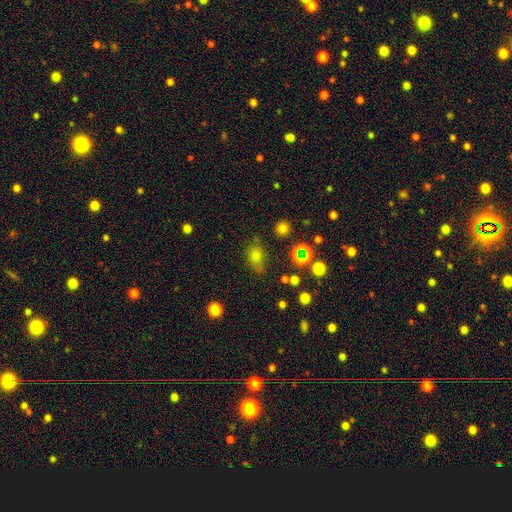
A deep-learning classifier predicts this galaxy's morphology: smooth_or_featured: smooth (p=0.65) [alt: star or artifact p=0.24]
how_rounded: in between (p=0.65) [alt: round p=0.32]
merging: none (p=0.62) [alt: minor disturbance p=0.24]